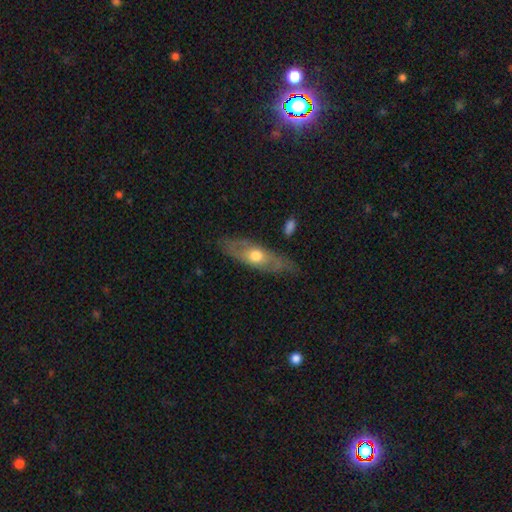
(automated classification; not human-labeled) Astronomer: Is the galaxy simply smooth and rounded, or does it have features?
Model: featured or disk — 54% (runner-up: smooth, 40%).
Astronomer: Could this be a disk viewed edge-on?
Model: no — 57% (runner-up: yes, 43%).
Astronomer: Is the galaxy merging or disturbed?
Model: none — 72%.